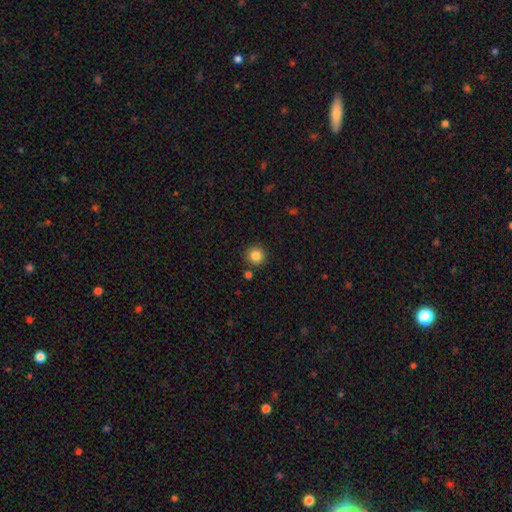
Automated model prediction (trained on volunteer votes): Smooth or featured? smooth (85%)
How rounded? round (94%)
Merging? none (87%)